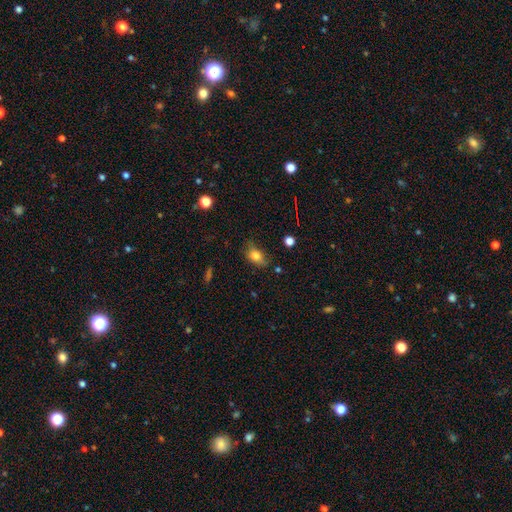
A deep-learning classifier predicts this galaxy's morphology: type=smooth (78%); roundness=in between (80%); merging=none (58%).